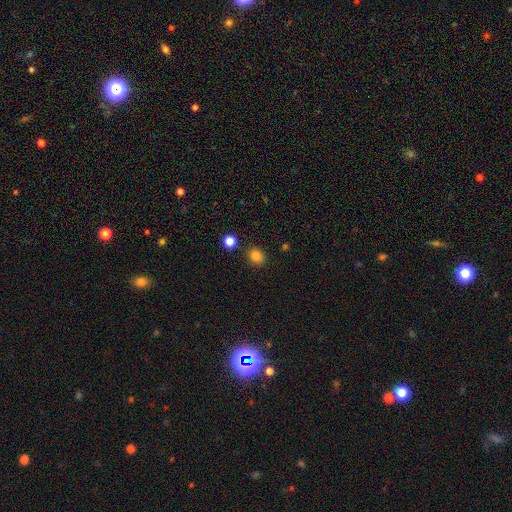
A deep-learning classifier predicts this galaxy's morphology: A smooth galaxy with no disk features (83%) that is round (66%).

Vote fractions:
- Smooth or featured? smooth: 83% / star or artifact: 12% / featured or disk: 5%
- How rounded? round: 66% / in between: 33% / cigar-shaped: 1%
- Merging? none: 83% / minor disturbance: 11% / merger: 3% / major disturbance: 3%